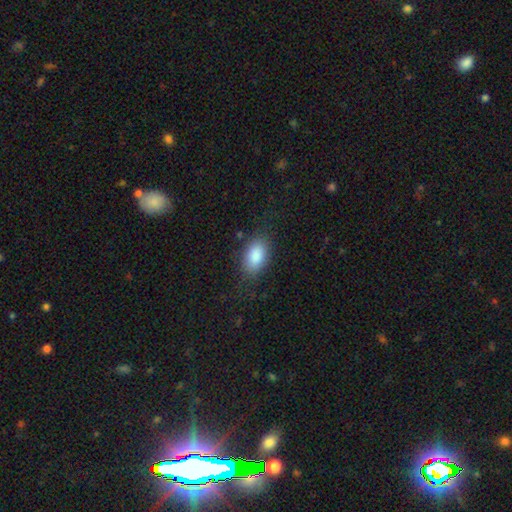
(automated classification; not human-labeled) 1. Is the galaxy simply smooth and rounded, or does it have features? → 87% smooth, 7% star or artifact, 6% featured or disk.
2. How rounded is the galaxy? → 93% in between, 5% round, 2% cigar-shaped.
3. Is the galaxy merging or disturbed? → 78% none, 14% minor disturbance, 6% major disturbance, 1% merger.